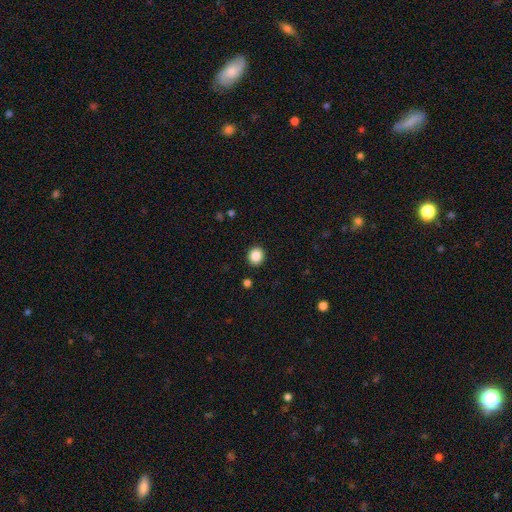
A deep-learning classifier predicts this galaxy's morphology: Smooth or featured? smooth (87%)
How rounded? round (87%)
Merging? none (92%)